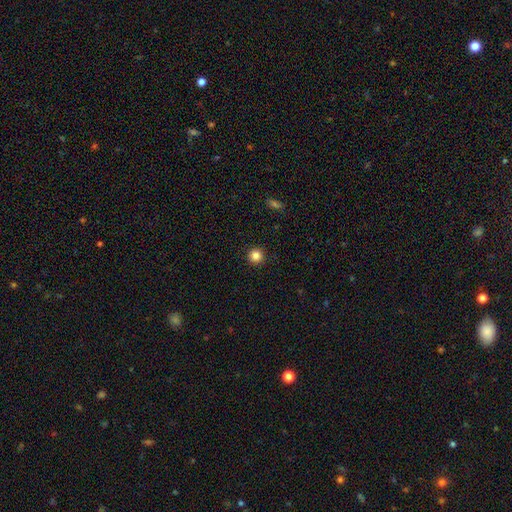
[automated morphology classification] Smooth or featured? smooth (84%)
How rounded? round (96%)
Merging? none (94%)